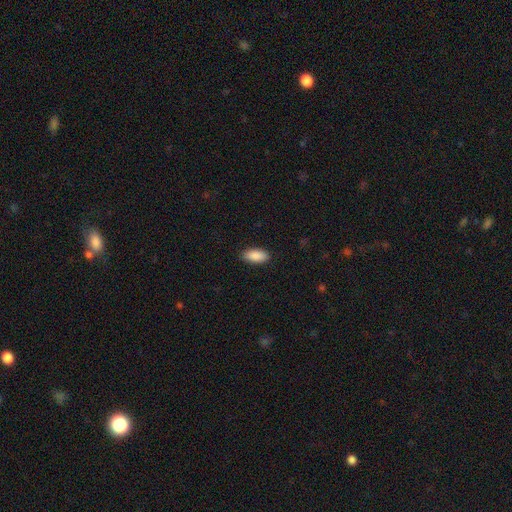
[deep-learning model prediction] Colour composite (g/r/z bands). It shows a smooth galaxy with no disk features (90%) that is in between round and cigar-shaped (91%). Merging: none (88%).